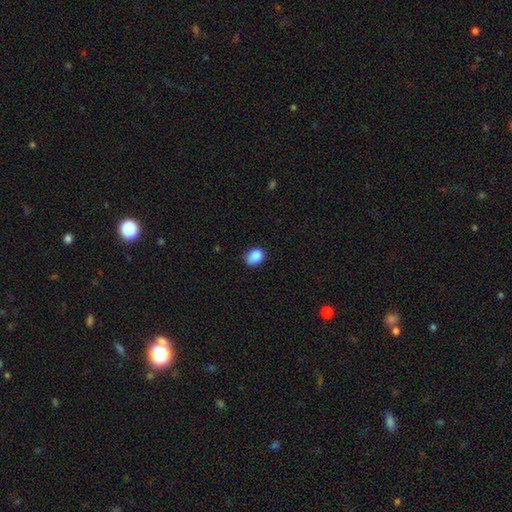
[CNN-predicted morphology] smooth_or_featured: smooth (p=0.87) [alt: star or artifact p=0.09]
how_rounded: in between (p=0.58) [alt: round p=0.41]
merging: none (p=0.68) [alt: minor disturbance p=0.26]